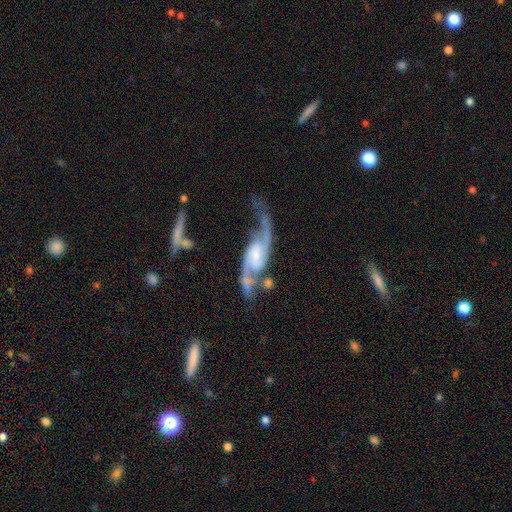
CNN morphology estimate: Smooth or featured: featured or disk — 91% (smooth — 5%)
Edge-on disk: no — 94% (yes — 6%)
Bar: weak — 43% (no — 36%)
Spiral arms: yes — 97% (no — 3%)
Spiral winding: loose — 55% (medium — 36%)
Spiral arm count: 2 — 93% (can't tell — 2%)
Bulge size: small — 46% (moderate — 25%)
Merging: none — 54% (minor disturbance — 19%)